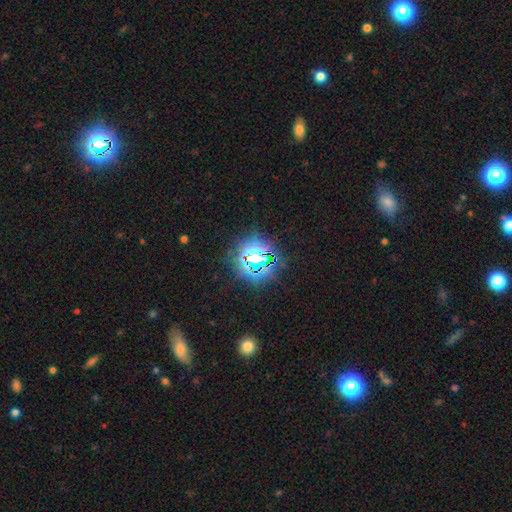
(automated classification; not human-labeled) Smooth or featured?
  - star or artifact: 73% *
  - smooth: 17%
  - featured or disk: 10%